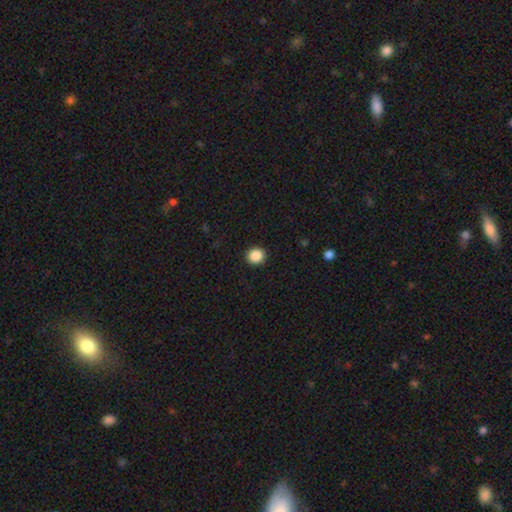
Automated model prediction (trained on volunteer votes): A smooth galaxy with no disk features (88%) that is round (91%). Merging: none (92%).